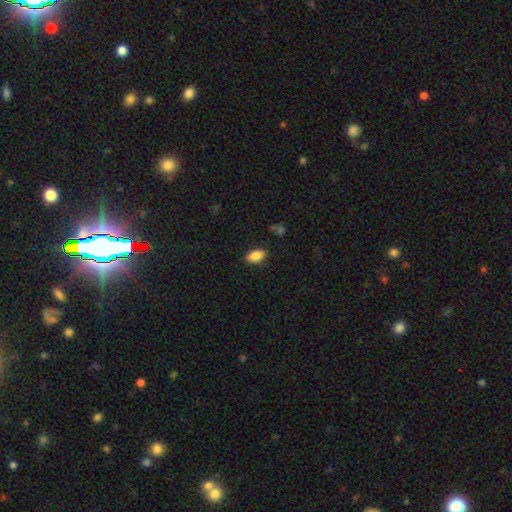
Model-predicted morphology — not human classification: Smooth or featured? smooth (86%)
How rounded? in between (90%)
Merging? none (84%)